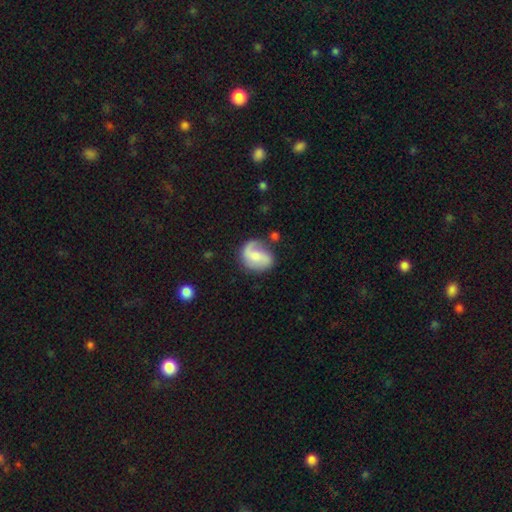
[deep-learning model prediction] This is likely a featured or disk galaxy (65%). It is clearly not viewed edge-on (98%). Bar: possibly no (48%). Spiral arm pattern: clearly yes (90%). Spiral arm count: possibly 2 (56%). Spiral winding: marginally medium (39%). Central bulge: marginally small (42%, tied with moderate). Merging: possibly none (58%).